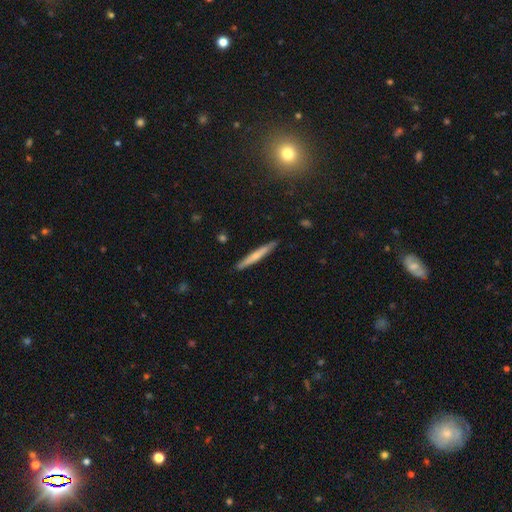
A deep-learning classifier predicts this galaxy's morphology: type=smooth (55%); roundness=cigar-shaped (96%); merging=none (89%).